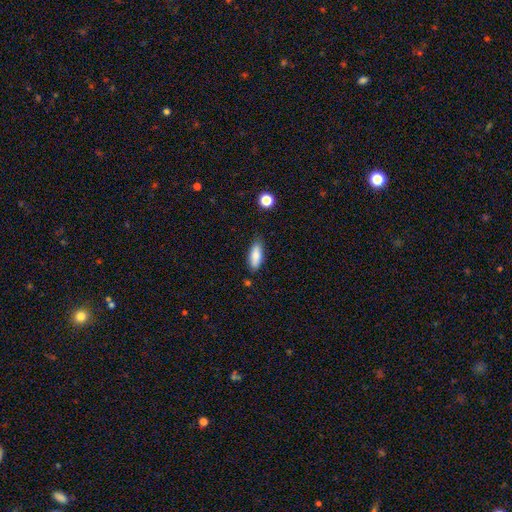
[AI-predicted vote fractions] Smooth or featured: smooth — 84% (featured or disk — 9%)
How rounded: in between — 75% (cigar-shaped — 23%)
Merging: none — 79% (minor disturbance — 16%)